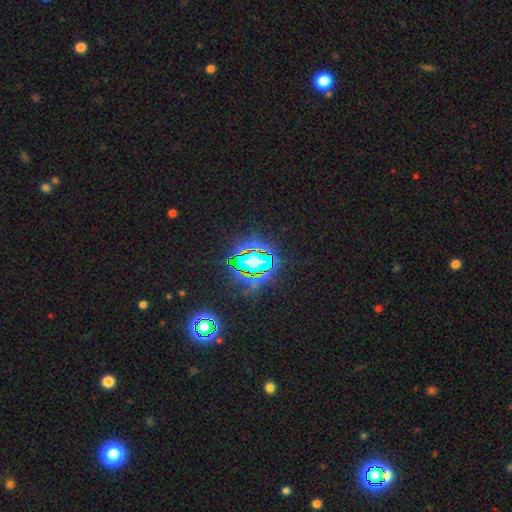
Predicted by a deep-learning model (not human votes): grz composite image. It shows a star or artifact, not a galaxy (82%).